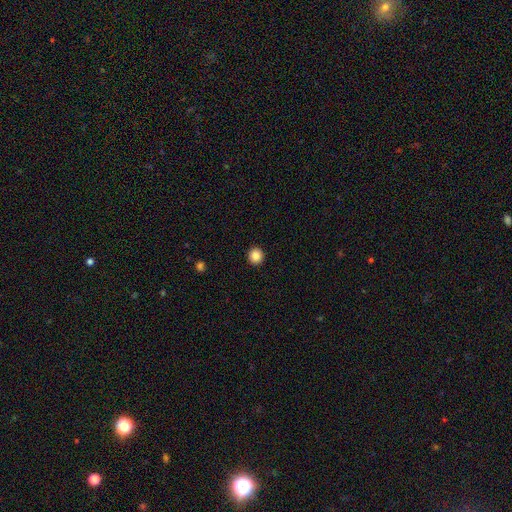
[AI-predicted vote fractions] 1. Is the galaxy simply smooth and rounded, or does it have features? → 86% smooth, 10% star or artifact, 4% featured or disk.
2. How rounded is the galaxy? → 94% round, 5% in between, 1% cigar-shaped.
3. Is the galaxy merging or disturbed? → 93% none, 4% minor disturbance, 1% major disturbance, 1% merger.